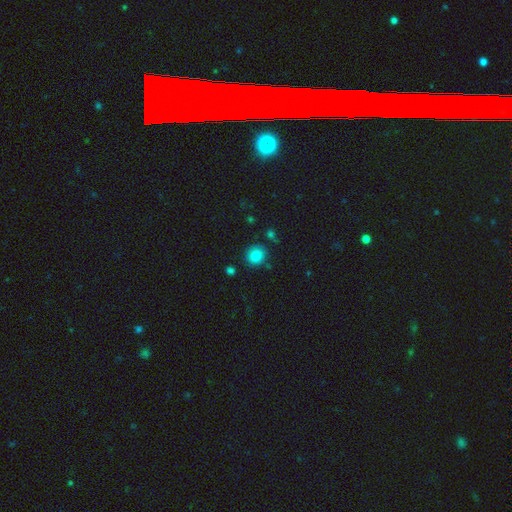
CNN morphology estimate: type=smooth (85%); roundness=round (81%); merging=none (82%).